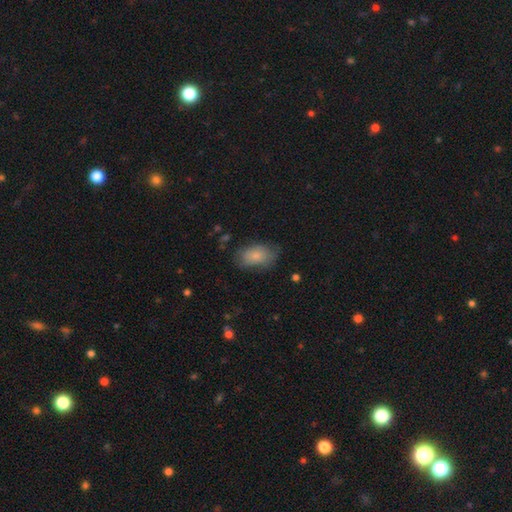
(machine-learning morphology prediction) smooth 81%, featured or disk 12%, star or artifact 7%. Down the decision tree: how rounded — in between (90%); merging — none (69%).